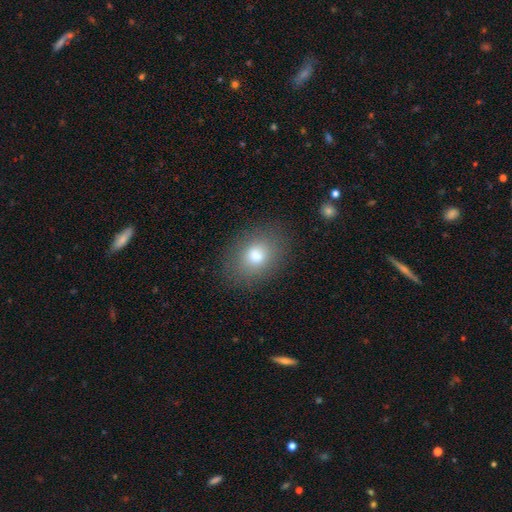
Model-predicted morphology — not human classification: type=smooth (78%); roundness=in between (66%); merging=none (85%).